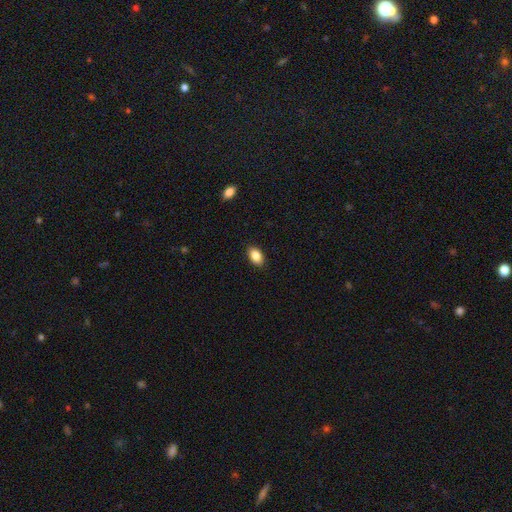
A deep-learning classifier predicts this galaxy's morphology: smooth 87%, star or artifact 8%, featured or disk 6%. Down the decision tree: how rounded — in between (89%); merging — none (89%).